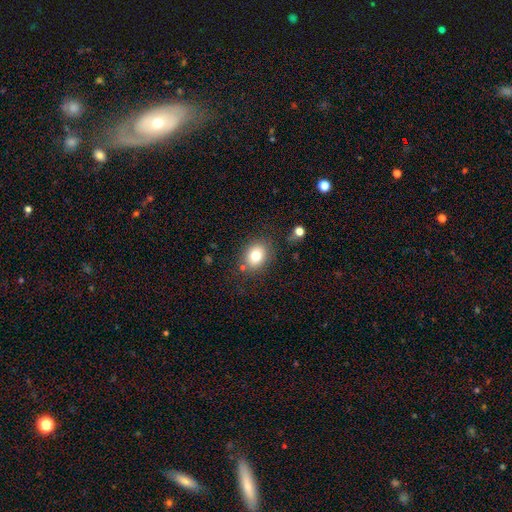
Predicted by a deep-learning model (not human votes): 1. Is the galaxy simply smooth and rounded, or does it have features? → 78% smooth, 11% featured or disk, 11% star or artifact.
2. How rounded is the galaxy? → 51% in between, 48% round, 1% cigar-shaped.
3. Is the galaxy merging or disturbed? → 77% none, 14% minor disturbance, 5% major disturbance, 4% merger.